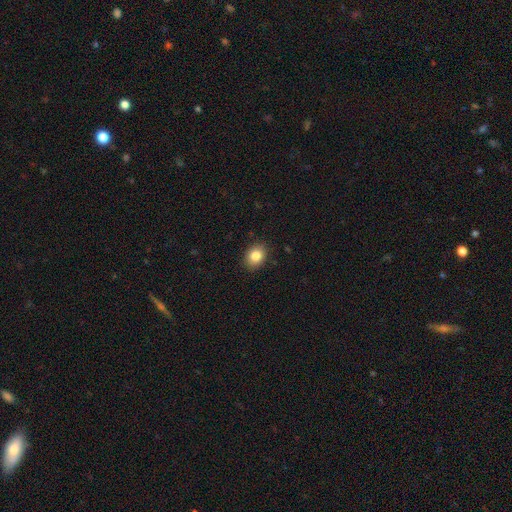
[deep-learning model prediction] smooth-or-featured: smooth: 84% | star or artifact: 9% | featured or disk: 6%
  how-rounded: in between: 56% | round: 43% | cigar-shaped: 1%
  merging: none: 88% | minor disturbance: 9% | major disturbance: 2% | merger: 1%